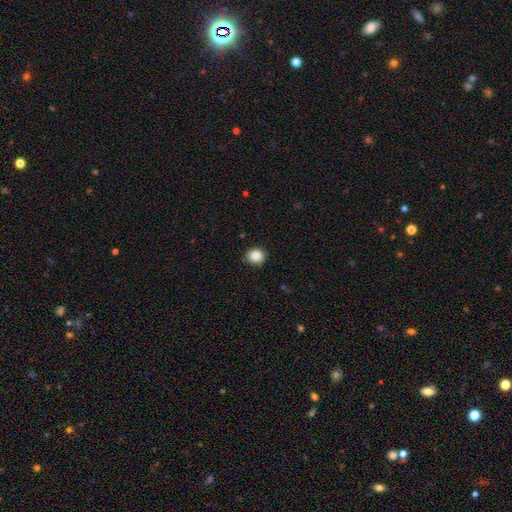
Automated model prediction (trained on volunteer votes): Q: Smooth or featured?
A: smooth (87%); runner-up: star or artifact (10%)
Q: How rounded?
A: round (88%); runner-up: in between (11%)
Q: Merging?
A: none (88%); runner-up: minor disturbance (9%)